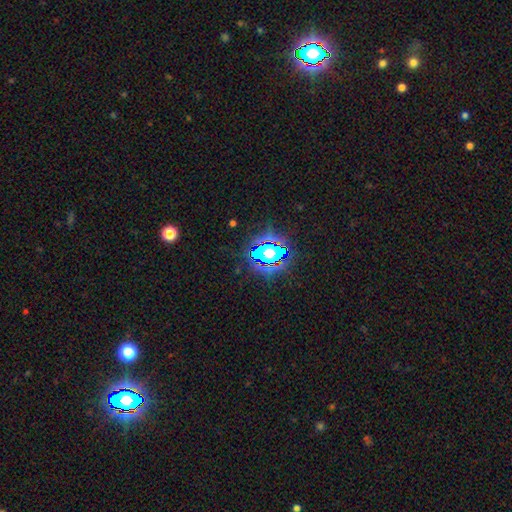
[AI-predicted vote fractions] smooth_or_featured: star or artifact (p=0.80) [alt: smooth p=0.13]